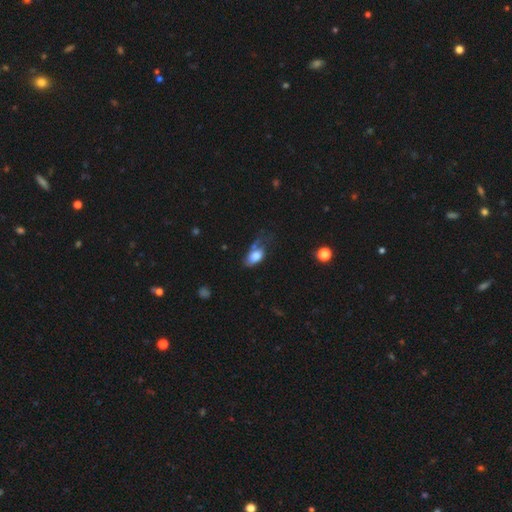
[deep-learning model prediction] smooth_or_featured: smooth (p=0.74) [alt: featured or disk p=0.18]
how_rounded: in between (p=0.90) [alt: round p=0.07]
merging: none (p=0.31) [tied with: major disturbance p=0.31]